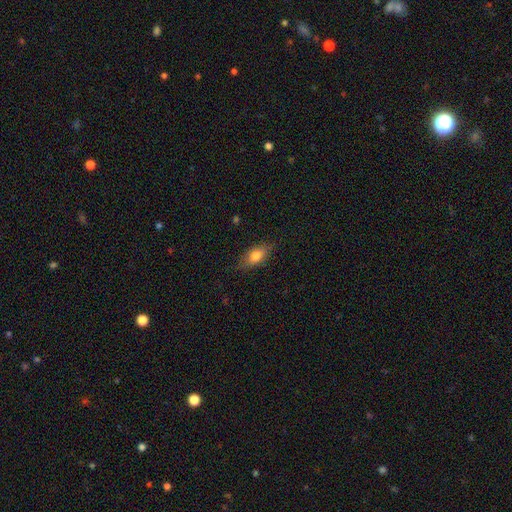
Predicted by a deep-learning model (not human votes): Smooth or featured?
  - smooth: 68% *
  - featured or disk: 24%
  - star or artifact: 8%
How rounded?
  - in between: 77% *
  - cigar-shaped: 17%
  - round: 6%
Merging?
  - none: 79% *
  - minor disturbance: 16%
  - major disturbance: 4%
  - merger: 1%